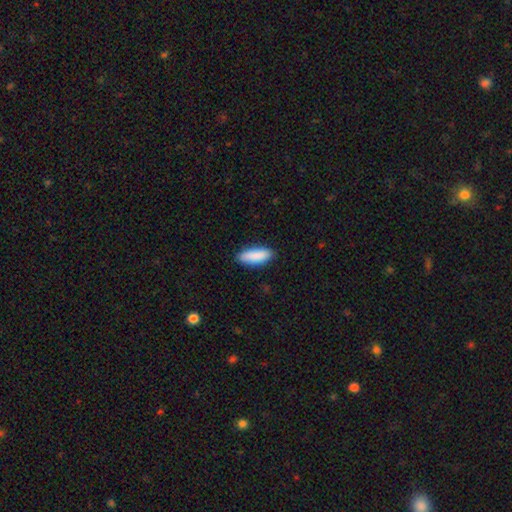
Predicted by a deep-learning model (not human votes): Smooth or featured? smooth (89%)
How rounded? in between (63%)
Merging? none (88%)